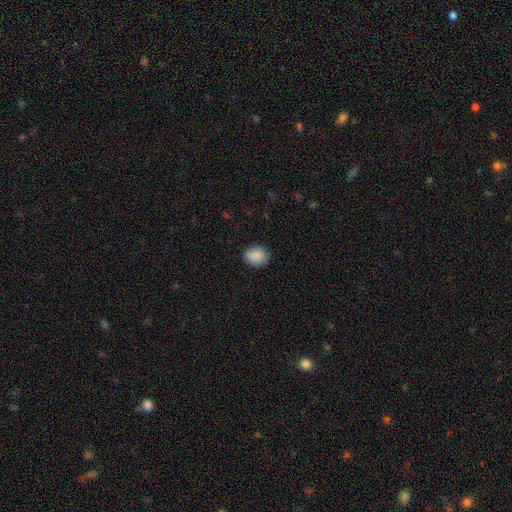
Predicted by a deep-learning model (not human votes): A smooth galaxy with no disk features (88%) that is round (56%). Merging: none (84%).